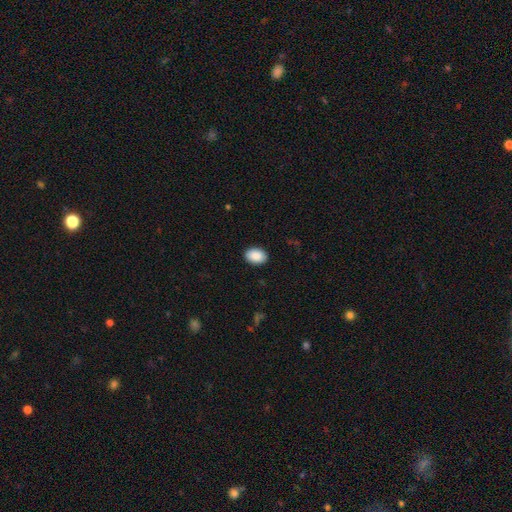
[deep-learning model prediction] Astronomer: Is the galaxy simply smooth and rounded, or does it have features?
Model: smooth — 90%.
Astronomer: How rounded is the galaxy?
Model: in between — 78%.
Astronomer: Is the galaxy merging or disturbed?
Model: none — 90%.